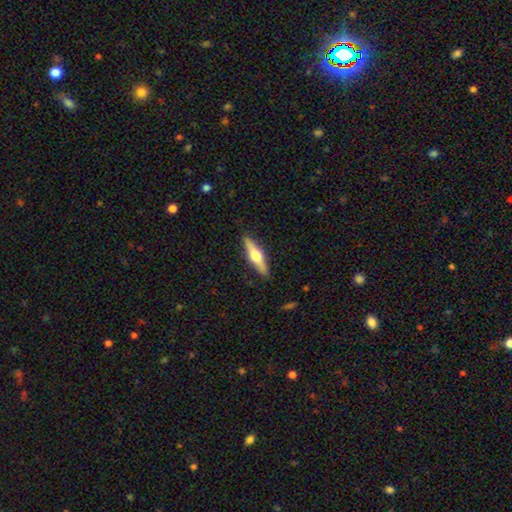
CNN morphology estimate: featured or disk 62%, smooth 33%, star or artifact 5%. Down the decision tree: edge-on disk — yes (96%); edge-on bulge — rounded (95%); merging — none (90%).